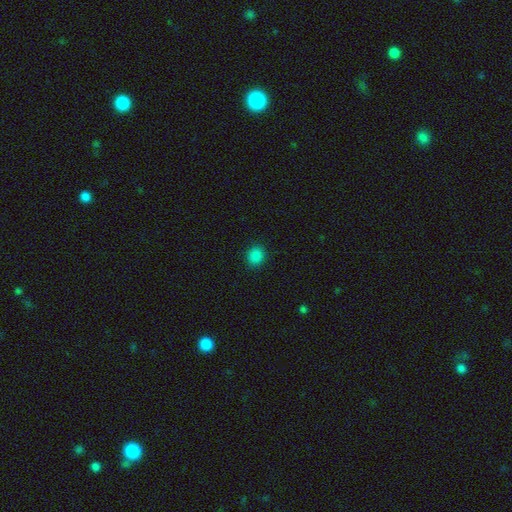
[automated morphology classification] smooth_or_featured: smooth (p=0.85) [alt: star or artifact p=0.13]
how_rounded: round (p=0.65) [alt: in between p=0.34]
merging: none (p=0.90) [alt: minor disturbance p=0.07]